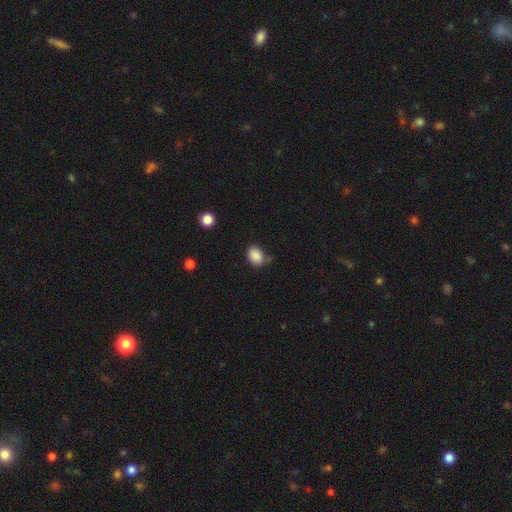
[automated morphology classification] smooth_or_featured: smooth (p=0.87) [alt: star or artifact p=0.09]
how_rounded: in between (p=0.65) [alt: round p=0.34]
merging: none (p=0.64) [alt: minor disturbance p=0.26]